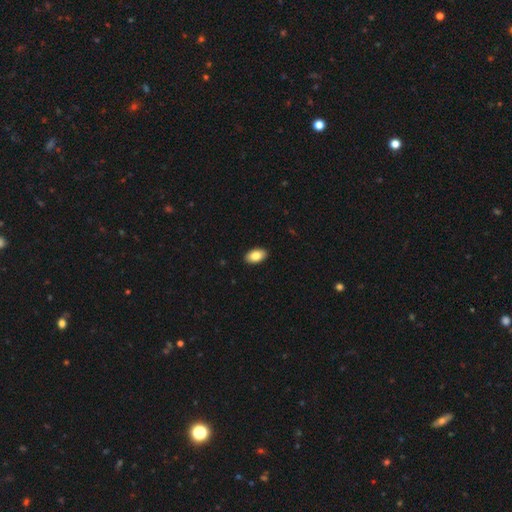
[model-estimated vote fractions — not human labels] Q: Smooth or featured?
A: smooth (84%); runner-up: featured or disk (9%)
Q: How rounded?
A: in between (93%); runner-up: round (5%)
Q: Merging?
A: none (91%); runner-up: minor disturbance (6%)